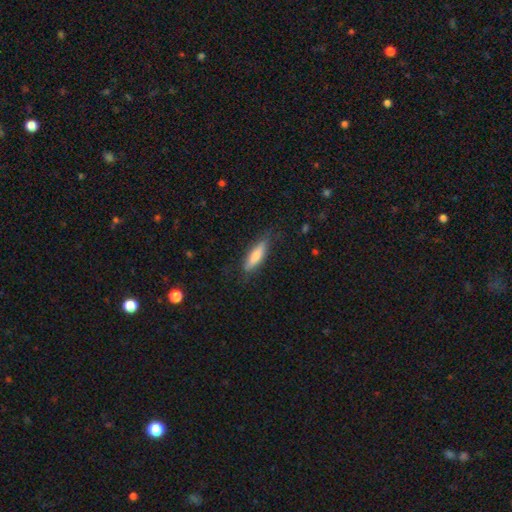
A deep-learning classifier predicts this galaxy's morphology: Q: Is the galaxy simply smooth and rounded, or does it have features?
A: smooth — 70%.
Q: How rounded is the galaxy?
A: cigar-shaped — 65%.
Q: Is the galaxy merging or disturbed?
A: none — 77%.